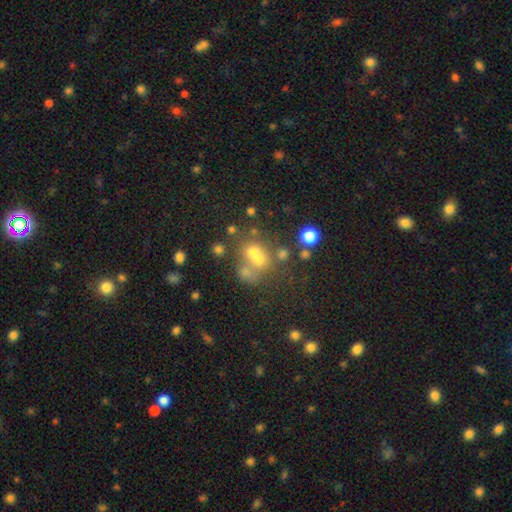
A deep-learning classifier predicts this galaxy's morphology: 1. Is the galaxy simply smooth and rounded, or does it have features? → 56% smooth, 23% featured or disk, 21% star or artifact.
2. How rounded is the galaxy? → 73% round, 26% in between, 1% cigar-shaped.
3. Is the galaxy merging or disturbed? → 47% merger, 37% none, 9% minor disturbance, 7% major disturbance.